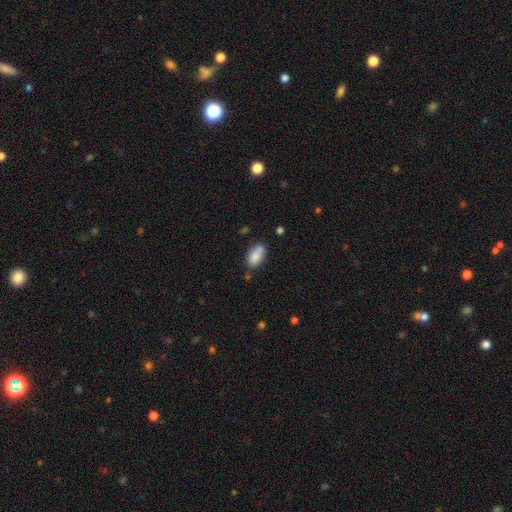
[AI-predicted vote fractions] Overall: smooth (82%). How rounded: in between (89%). Merging: none (56%; merger 20%).